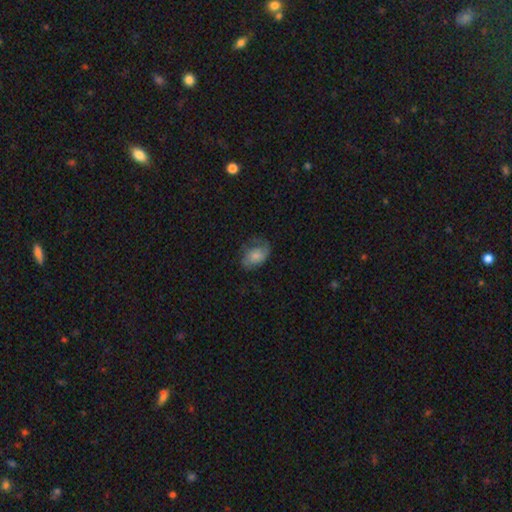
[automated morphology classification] Smooth or featured?
  - smooth: 62% *
  - featured or disk: 30%
  - star or artifact: 8%
How rounded?
  - in between: 81% *
  - round: 17%
  - cigar-shaped: 1%
Merging?
  - none: 48% *
  - minor disturbance: 29%
  - major disturbance: 21%
  - merger: 2%